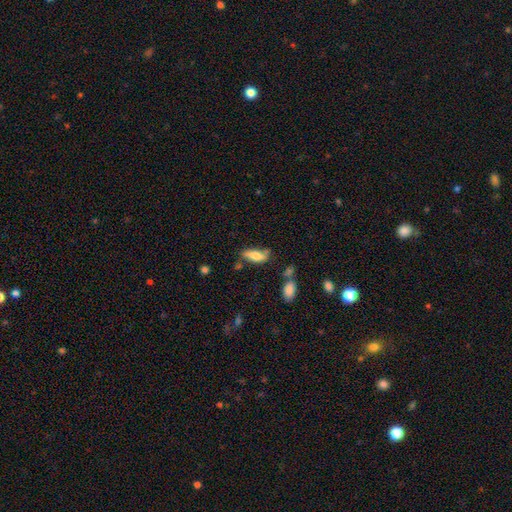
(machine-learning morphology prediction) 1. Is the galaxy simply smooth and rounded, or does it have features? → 68% smooth, 25% featured or disk, 7% star or artifact.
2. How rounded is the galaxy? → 70% in between, 27% cigar-shaped, 3% round.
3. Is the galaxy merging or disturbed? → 58% none, 26% minor disturbance, 9% merger, 7% major disturbance.